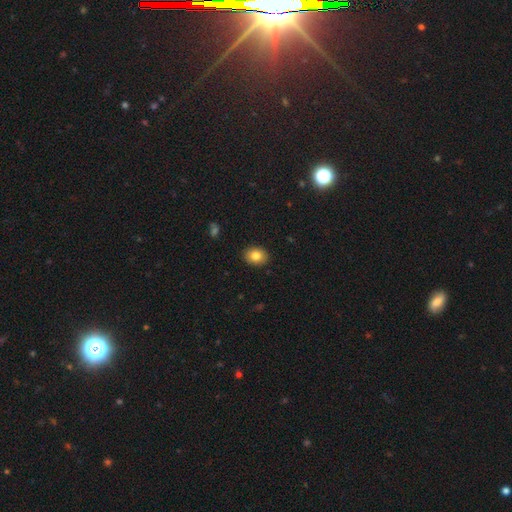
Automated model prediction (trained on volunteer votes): smooth 83%, star or artifact 9%, featured or disk 8%. Down the decision tree: how rounded — in between (53%); merging — none (90%).